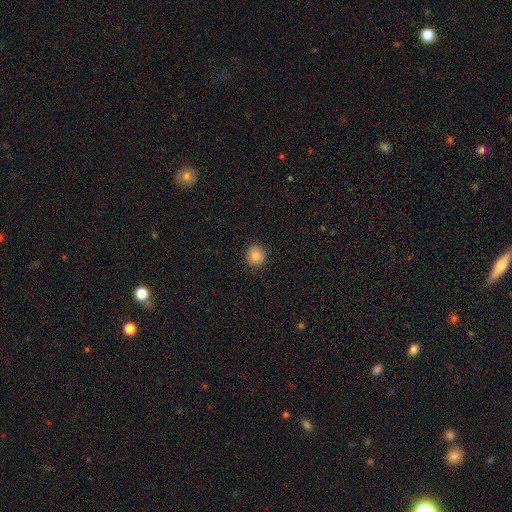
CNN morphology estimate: Smooth or featured?
  - smooth: 83% *
  - star or artifact: 10%
  - featured or disk: 7%
How rounded?
  - round: 90% *
  - in between: 9%
  - cigar-shaped: 1%
Merging?
  - none: 91% *
  - minor disturbance: 6%
  - major disturbance: 2%
  - merger: 1%